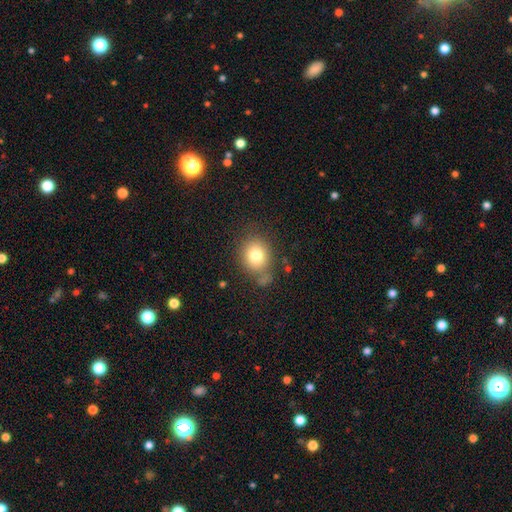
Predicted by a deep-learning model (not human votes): Morphology: type=smooth (79%); roundness=round (68%); merging=none (70%).